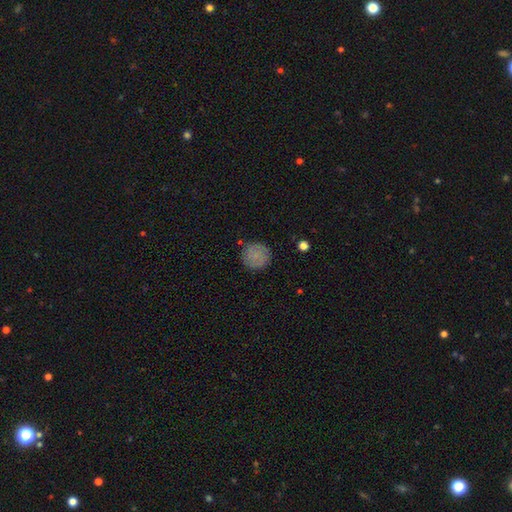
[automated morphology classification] A smooth galaxy with no disk features (71%) that is round (92%).

Vote fractions:
- Smooth or featured? smooth: 71% / featured or disk: 20% / star or artifact: 9%
- How rounded? round: 92% / in between: 7% / cigar-shaped: 1%
- Merging? none: 83% / minor disturbance: 12% / major disturbance: 4% / merger: 2%